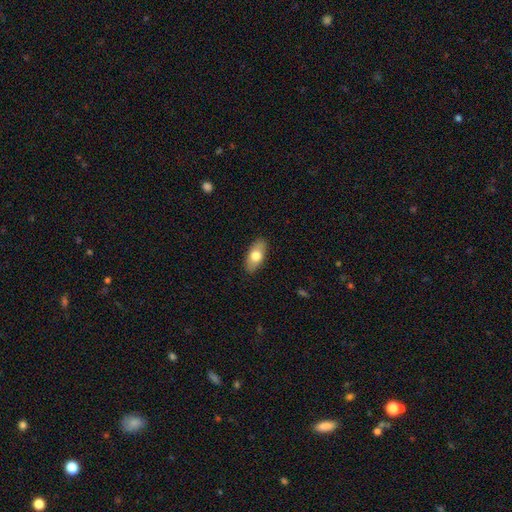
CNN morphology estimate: type=smooth (74%); roundness=in between (88%); merging=none (88%).